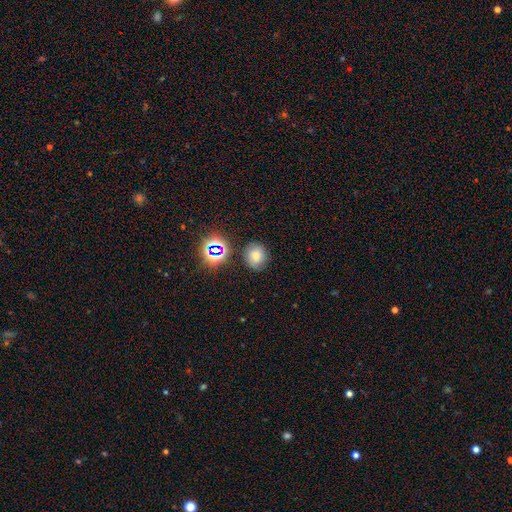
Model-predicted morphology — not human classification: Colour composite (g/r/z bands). It shows a smooth galaxy with no disk features (61%) that is round (72%). Merging: none (81%).